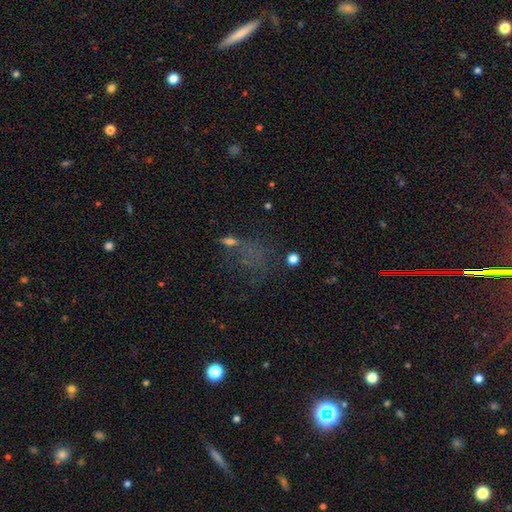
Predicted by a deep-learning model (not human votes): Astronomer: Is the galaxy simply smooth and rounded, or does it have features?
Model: star or artifact — 41% (runner-up: smooth, 36%).